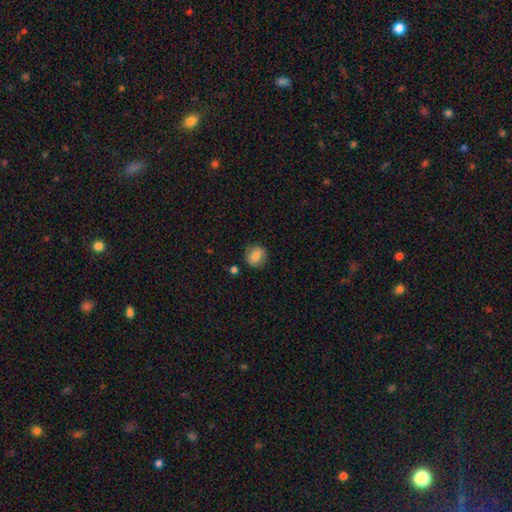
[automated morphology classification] Smooth or featured? smooth (81%)
How rounded? round (77%)
Merging? none (84%)